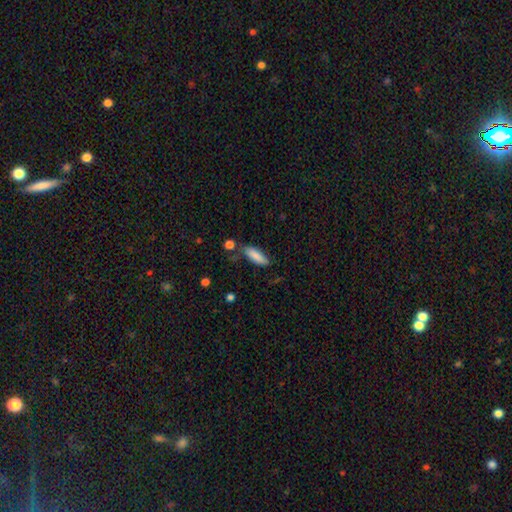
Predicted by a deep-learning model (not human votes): The model was most divided on "how rounded": in between: 60%, cigar-shaped: 38%, round: 2%. More confident: smooth or featured — smooth (85%); merging — none (67%).